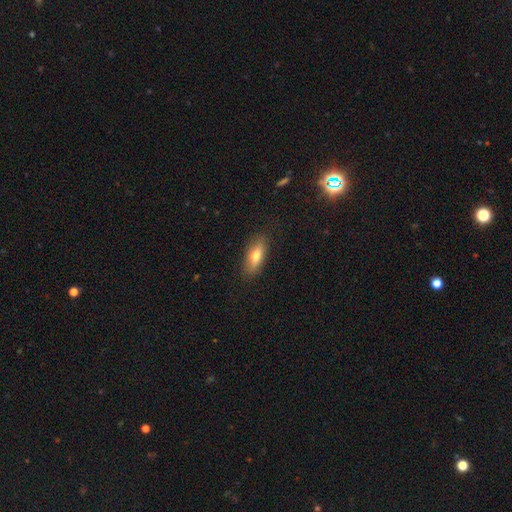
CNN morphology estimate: smooth 71%, featured or disk 22%, star or artifact 7%. Down the decision tree: how rounded — in between (69%); merging — none (85%).